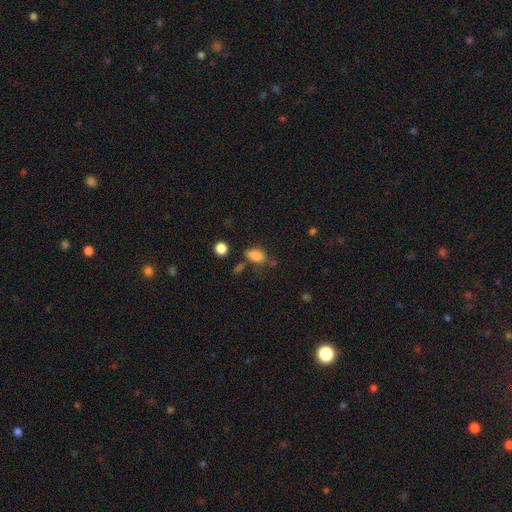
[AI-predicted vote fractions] Smooth or featured: smooth — 84% (star or artifact — 10%)
How rounded: in between — 86% (round — 11%)
Merging: none — 61% (minor disturbance — 22%)